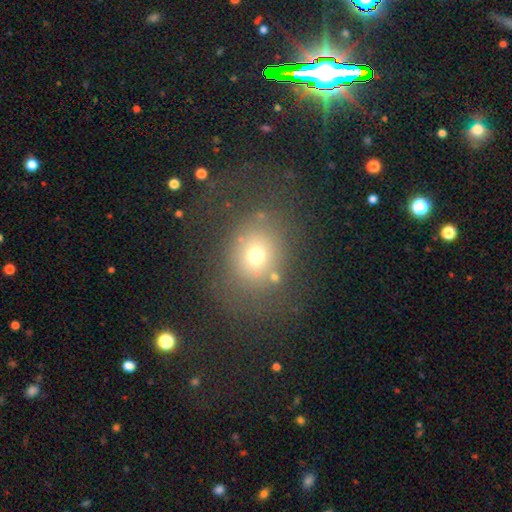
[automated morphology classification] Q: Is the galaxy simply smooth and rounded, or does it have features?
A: smooth — 67%.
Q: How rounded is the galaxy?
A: round — 63%.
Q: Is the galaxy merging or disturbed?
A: none — 65%.